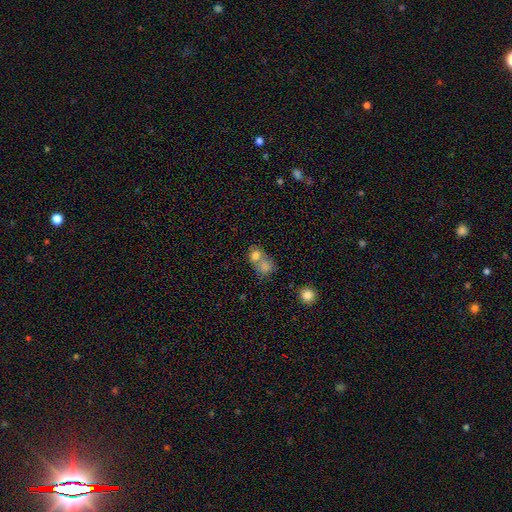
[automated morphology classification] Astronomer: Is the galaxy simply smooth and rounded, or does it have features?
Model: smooth — 77%.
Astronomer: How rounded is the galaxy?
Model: round — 65%.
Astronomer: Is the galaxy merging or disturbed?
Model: merger — 58%.